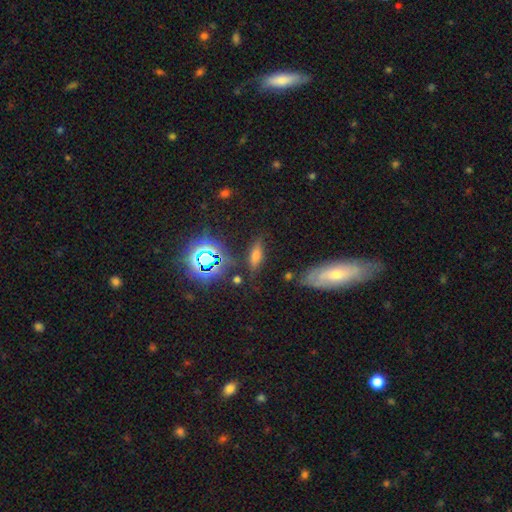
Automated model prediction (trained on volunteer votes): Smooth or featured? Predicted: smooth (p=0.55). How rounded? Predicted: in between (p=0.57). Merging? Predicted: none (p=0.73).